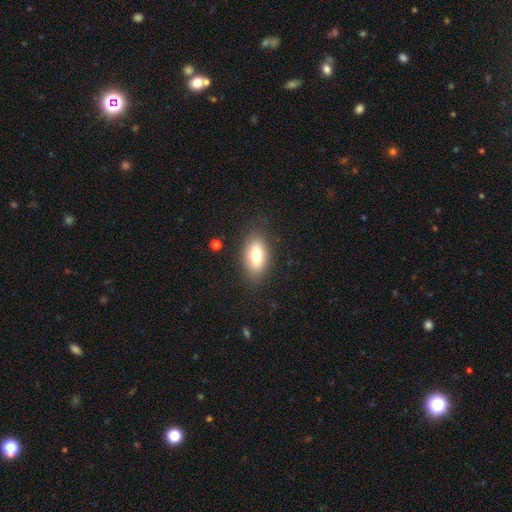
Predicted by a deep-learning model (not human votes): smooth-or-featured: smooth: 73% | featured or disk: 19% | star or artifact: 8%
  how-rounded: in between: 88% | cigar-shaped: 7% | round: 5%
  merging: none: 83% | minor disturbance: 12% | major disturbance: 4% | merger: 1%